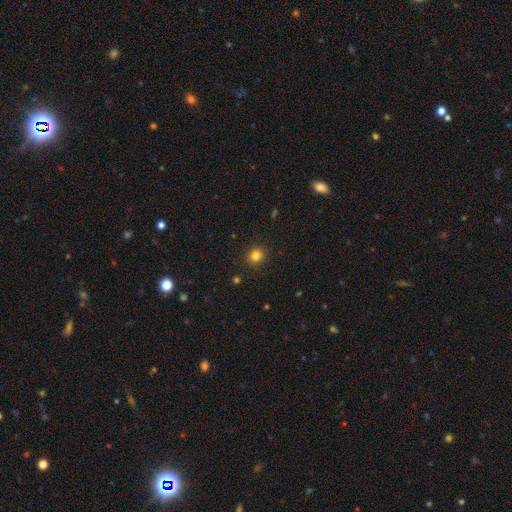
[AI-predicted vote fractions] Smooth or featured: smooth — 82% (star or artifact — 13%)
How rounded: round — 85% (in between — 14%)
Merging: none — 90% (minor disturbance — 6%)